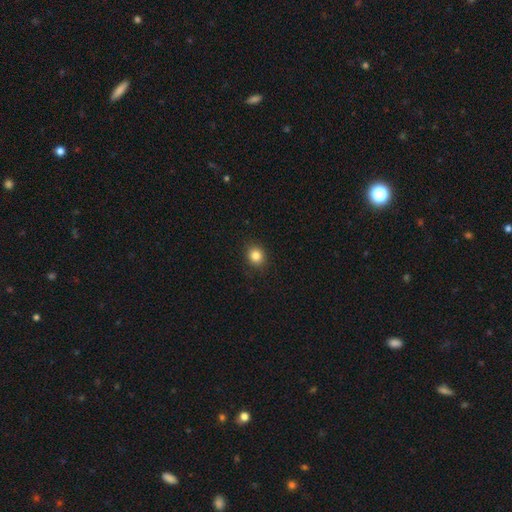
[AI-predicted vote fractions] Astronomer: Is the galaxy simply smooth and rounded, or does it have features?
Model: smooth — 84%.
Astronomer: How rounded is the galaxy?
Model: round — 77%.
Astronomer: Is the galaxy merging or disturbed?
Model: none — 90%.